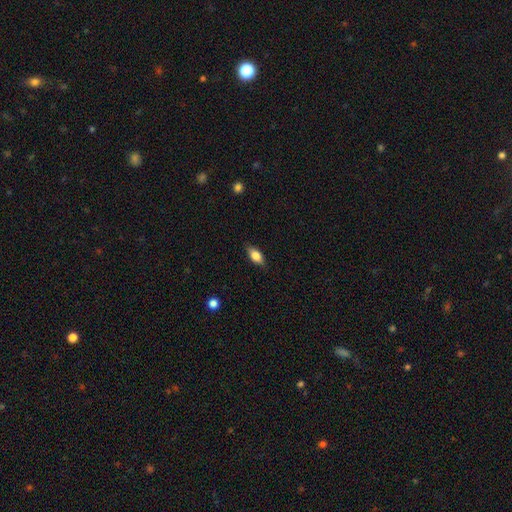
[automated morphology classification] This is likely a smooth galaxy (76%). How rounded: clearly in between (84%). Merging: clearly none (85%).